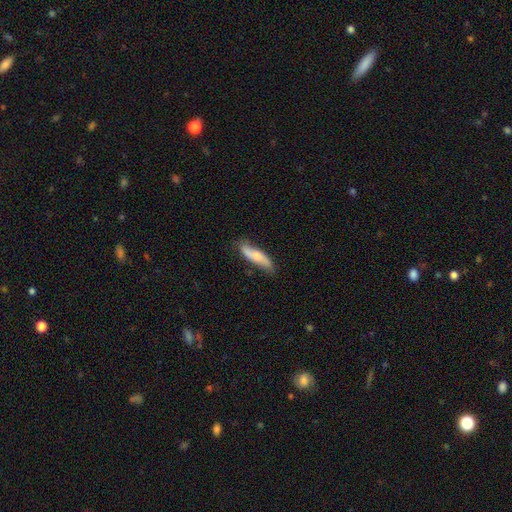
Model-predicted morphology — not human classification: Smooth or featured? Predicted: smooth (p=0.56). How rounded? Predicted: cigar-shaped (p=0.63). Merging? Predicted: none (p=0.74).